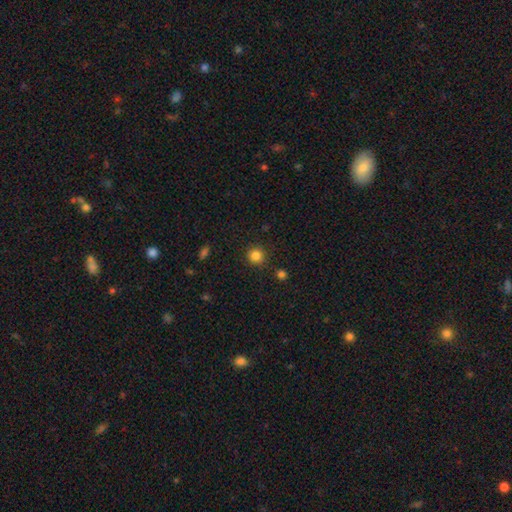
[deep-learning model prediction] This appears to be a smooth galaxy with no disk features (84%) that is round (94%). Merging: none (90%).